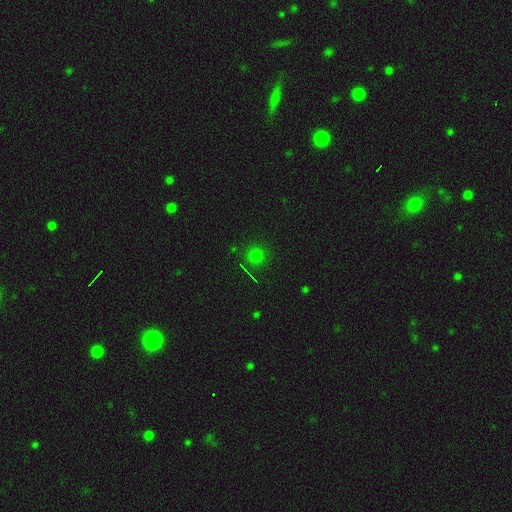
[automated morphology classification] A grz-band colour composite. It shows a smooth galaxy with no disk features (68%) that is round (93%). Merging: none (87%).